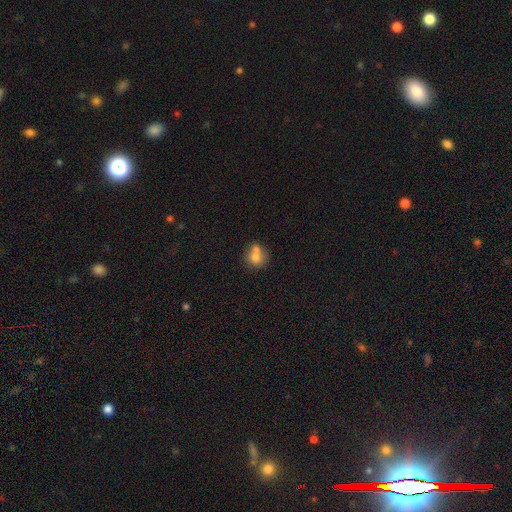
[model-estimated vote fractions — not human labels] Morphology: type=smooth (73%); roundness=round (76%); merging=merger (43%).